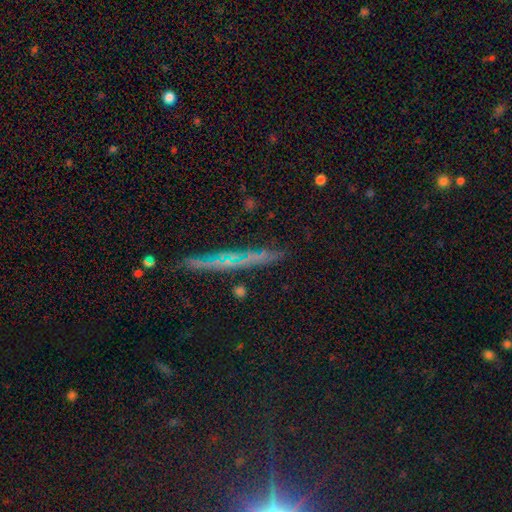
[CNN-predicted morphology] smooth-or-featured: star or artifact: 42% | smooth: 29% | featured or disk: 29%